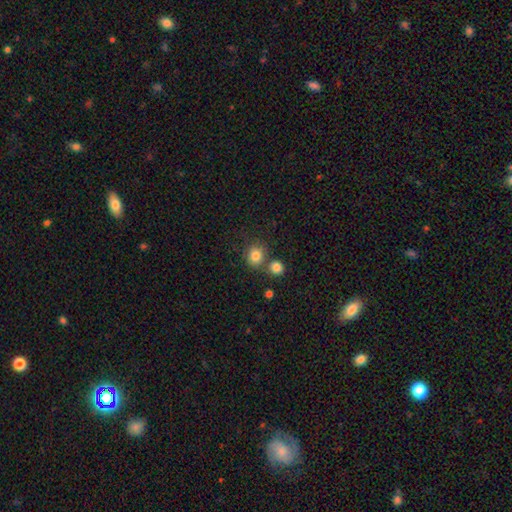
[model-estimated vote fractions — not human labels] A smooth galaxy with no disk features (82%) that is round (81%).

Vote fractions:
- Smooth or featured? smooth: 82% / star or artifact: 11% / featured or disk: 6%
- How rounded? round: 81% / in between: 18% / cigar-shaped: 1%
- Merging? none: 64% / merger: 24% / minor disturbance: 10% / major disturbance: 3%